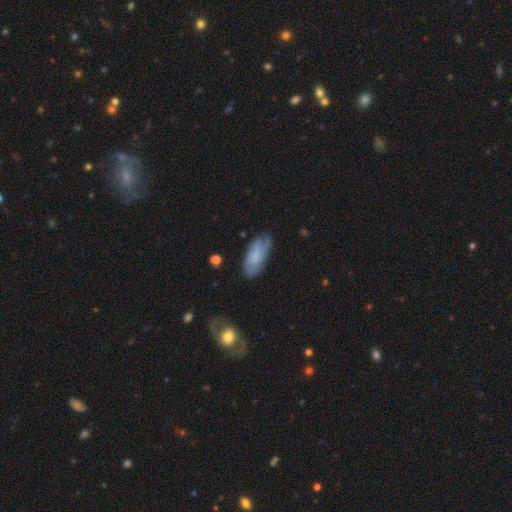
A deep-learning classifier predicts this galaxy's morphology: smooth-or-featured: smooth: 48% | featured or disk: 45% | star or artifact: 8%
  merging: none: 69% | minor disturbance: 22% | major disturbance: 7% | merger: 2%